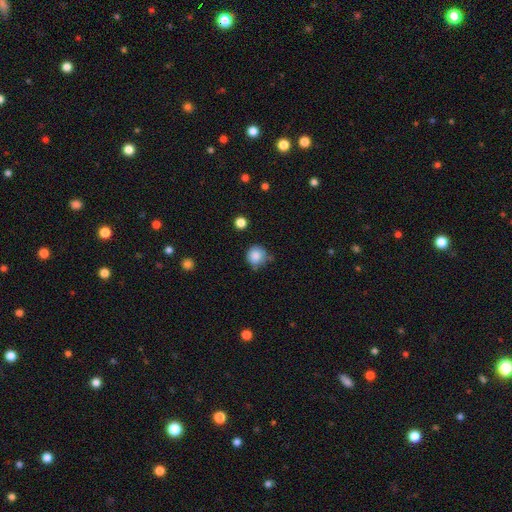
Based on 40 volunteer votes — Q: Smooth or featured?
A: smooth (90%); runner-up: star or artifact (10%)
Q: How rounded?
A: round (100%)
Q: Merging?
A: none (78%); runner-up: minor disturbance (19%)